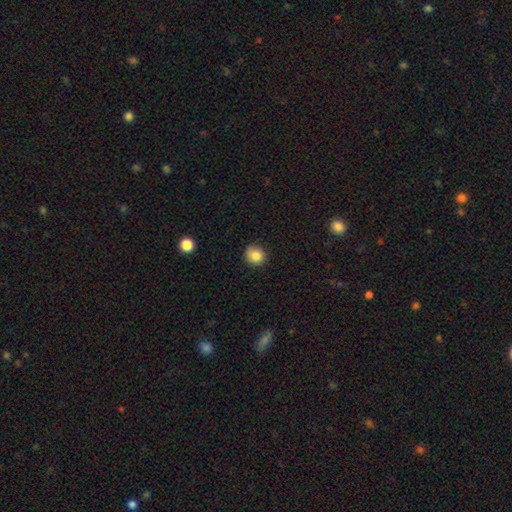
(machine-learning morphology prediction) smooth-or-featured: smooth: 85% | star or artifact: 10% | featured or disk: 5%
  how-rounded: round: 85% | in between: 14% | cigar-shaped: 1%
  merging: none: 83% | minor disturbance: 13% | major disturbance: 2% | merger: 1%